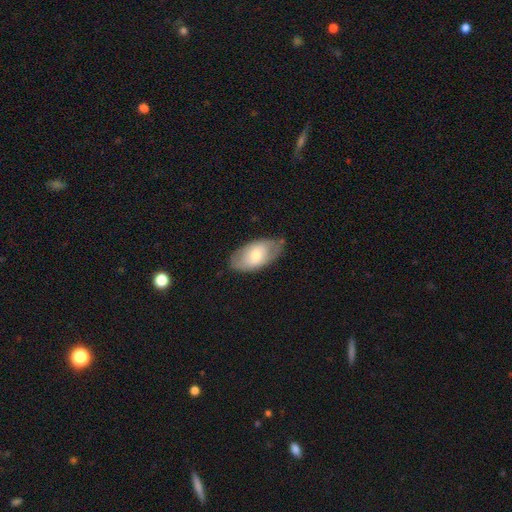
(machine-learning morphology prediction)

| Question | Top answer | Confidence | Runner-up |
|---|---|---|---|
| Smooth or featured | smooth | 58% | featured or disk (36%) |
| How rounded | in between | 93% | round (5%) |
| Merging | none | 70% | minor disturbance (23%) |